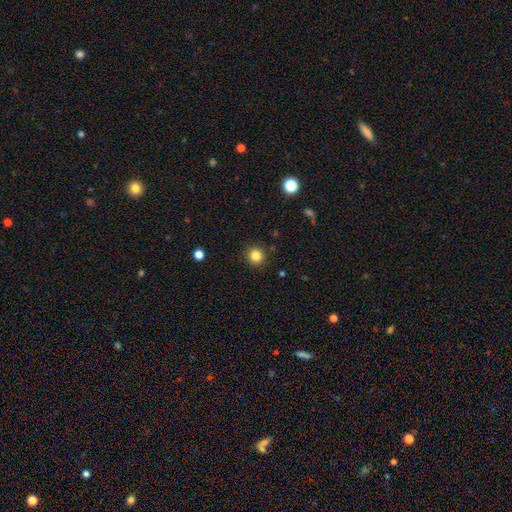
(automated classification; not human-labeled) The model was most divided on "smooth or featured": smooth: 84%, star or artifact: 12%, featured or disk: 5%. More confident: how rounded — round (94%); merging — none (92%).